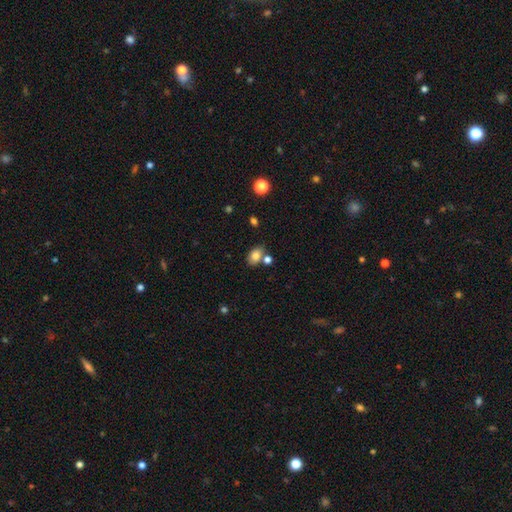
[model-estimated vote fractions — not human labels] Smooth or featured: smooth — 81% (star or artifact — 10%)
How rounded: in between — 80% (round — 19%)
Merging: none — 64% (merger — 18%)